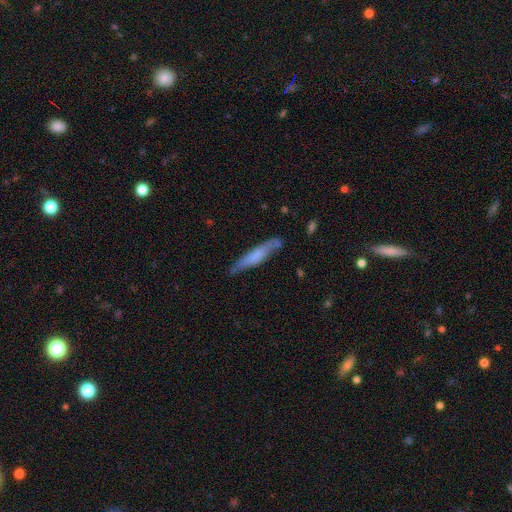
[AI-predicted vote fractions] A smooth galaxy with no disk features (60%) that is cigar-shaped (89%).

Vote fractions:
- Smooth or featured? smooth: 60% / featured or disk: 34% / star or artifact: 6%
- How rounded? cigar-shaped: 89% / in between: 10% / round: 1%
- Merging? none: 74% / minor disturbance: 19% / major disturbance: 4% / merger: 3%